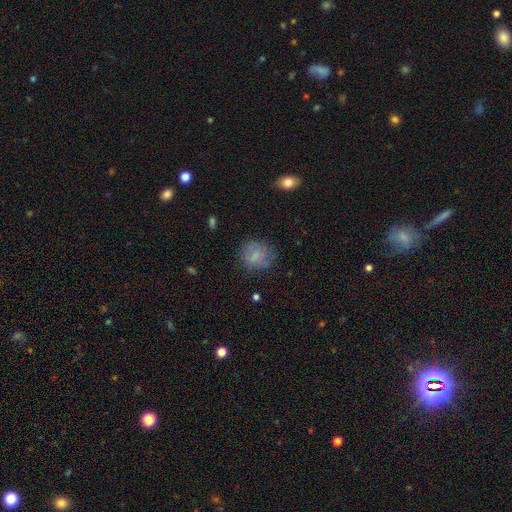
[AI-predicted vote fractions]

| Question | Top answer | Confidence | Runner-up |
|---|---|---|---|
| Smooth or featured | smooth | 69% | featured or disk (19%) |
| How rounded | round | 74% | in between (24%) |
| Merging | none | 69% | minor disturbance (19%) |